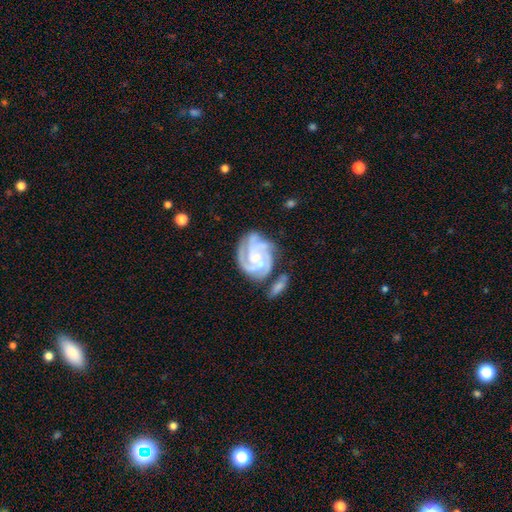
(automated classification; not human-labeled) Smooth or featured?
  - featured or disk: 90% *
  - smooth: 6%
  - star or artifact: 5%
Edge-on disk?
  - no: 98% *
  - yes: 2%
Bar?
  - no: 65% *
  - weak: 26%
  - strong: 9%
Spiral arms?
  - yes: 98% *
  - no: 2%
Spiral winding?
  - tight: 68% *
  - medium: 29%
  - loose: 3%
Spiral arm count?
  - 3: 47% *
  - 4: 31%
  - can't tell: 7%
  - 2: 7%
  - more than 4: 4%
  - 1: 4%
Bulge size?
  - small: 51% *
  - moderate: 28%
  - none: 16%
  - large: 4%
  - dominant: 1%
Merging?
  - none: 62% *
  - minor disturbance: 21%
  - major disturbance: 9%
  - merger: 8%